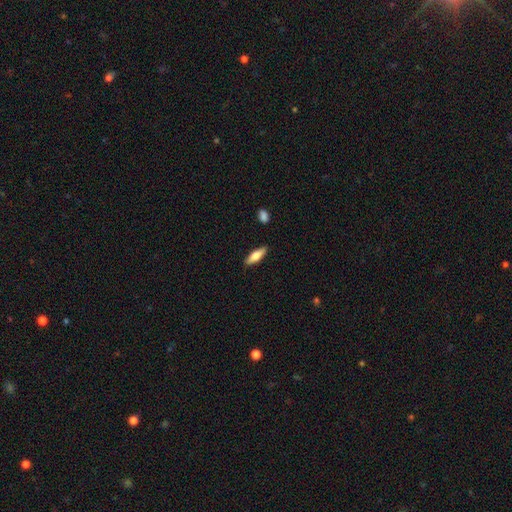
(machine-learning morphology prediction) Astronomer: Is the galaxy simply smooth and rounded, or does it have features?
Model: smooth — 66%.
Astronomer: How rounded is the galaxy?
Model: in between — 49%, tied with cigar-shaped at 49%.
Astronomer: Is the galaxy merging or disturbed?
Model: none — 87%.